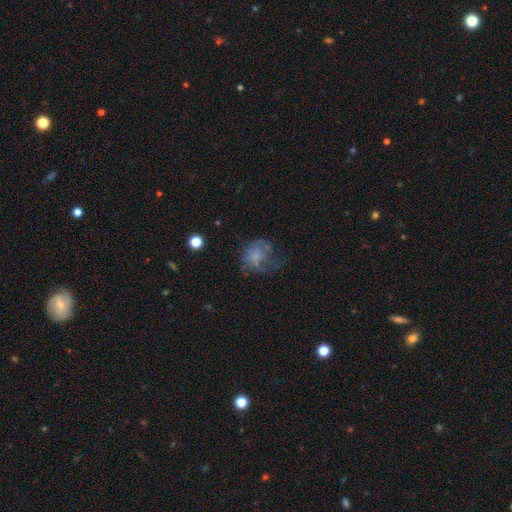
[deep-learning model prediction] smooth 44%, featured or disk 43%, star or artifact 13%. Down the decision tree: merging — major disturbance (40%).